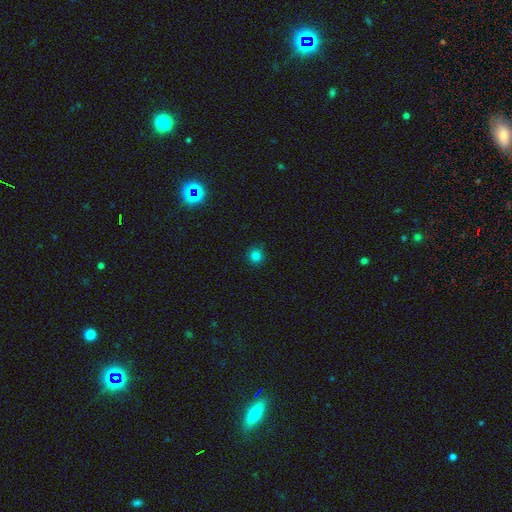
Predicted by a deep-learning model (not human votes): smooth-or-featured: smooth: 80% | star or artifact: 16% | featured or disk: 4%
  how-rounded: round: 93% | in between: 6% | cigar-shaped: 1%
  merging: none: 89% | minor disturbance: 8% | major disturbance: 2% | merger: 1%